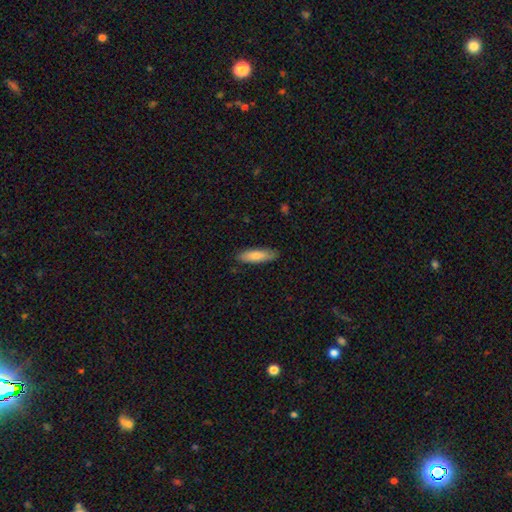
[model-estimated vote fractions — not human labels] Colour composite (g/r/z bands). It shows a smooth galaxy with no disk features (80%) that is cigar-shaped (57%). Merging: none (84%).